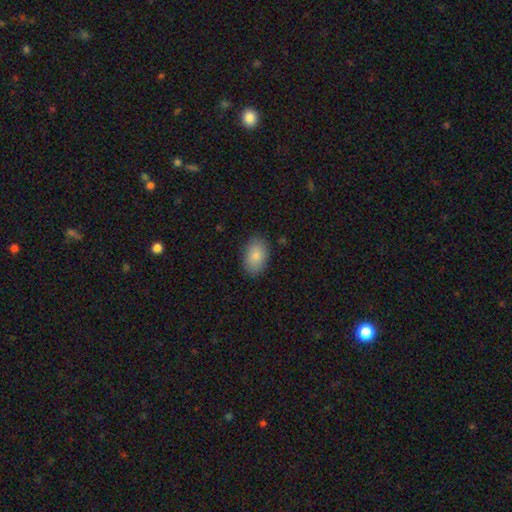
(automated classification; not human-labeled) Overall: smooth (85%). How rounded: in between (87%). Merging: none (86%).